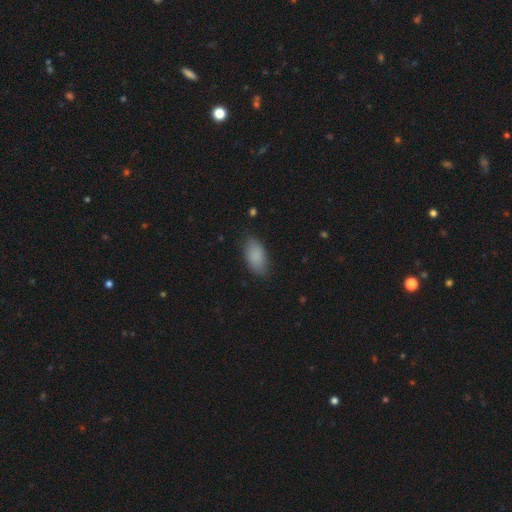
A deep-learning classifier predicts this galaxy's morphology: A smooth galaxy with no disk features (88%) that is in between round and cigar-shaped (93%).

Vote fractions:
- Smooth or featured? smooth: 88% / star or artifact: 7% / featured or disk: 6%
- How rounded? in between: 93% / cigar-shaped: 4% / round: 3%
- Merging? none: 80% / minor disturbance: 16% / major disturbance: 3% / merger: 1%